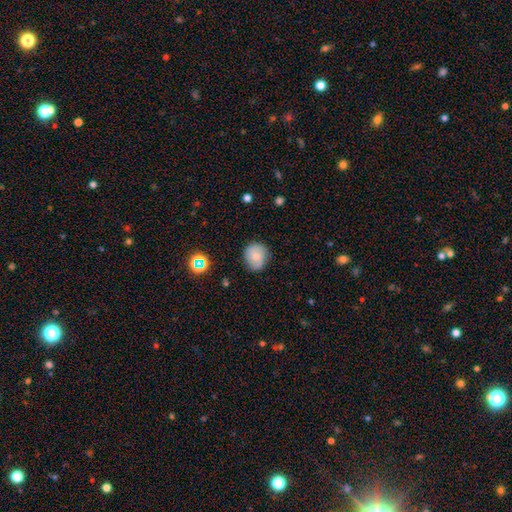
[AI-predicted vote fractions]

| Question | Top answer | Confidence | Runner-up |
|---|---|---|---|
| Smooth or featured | smooth | 65% | featured or disk (25%) |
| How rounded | round | 79% | in between (20%) |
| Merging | none | 77% | minor disturbance (17%) |